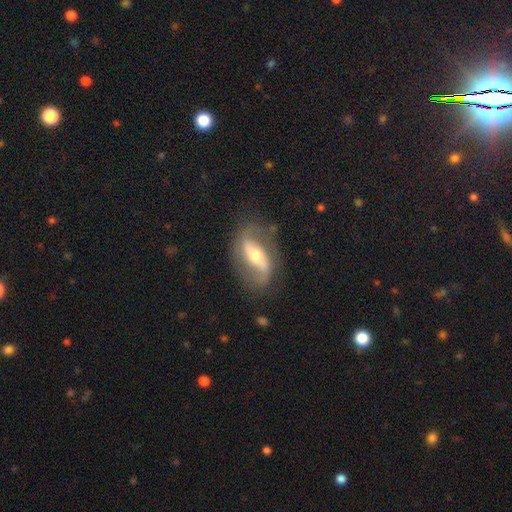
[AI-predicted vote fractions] A featured or disk galaxy (80%) with a strong bar (51%), 2 (89%) loose (60%) spiral arms (87%) and a moderate central bulge (61%).

Vote fractions:
- Smooth or featured? featured or disk: 80% / smooth: 14% / star or artifact: 6%
- Edge-on disk? no: 90% / yes: 10%
- Bar? strong: 51% / weak: 26% / no: 23%
- Spiral arms? yes: 87% / no: 13%
- Spiral winding? loose: 60% / medium: 29% / tight: 11%
- Spiral arm count? 2: 89% / can't tell: 4% / 1: 4% / 3: 1% / 4: 1% / more than 4: 1%
- Bulge size? moderate: 61% / small: 30% / large: 7% / dominant: 1% / none: 1%
- Merging? none: 73% / minor disturbance: 16% / major disturbance: 8% / merger: 2%